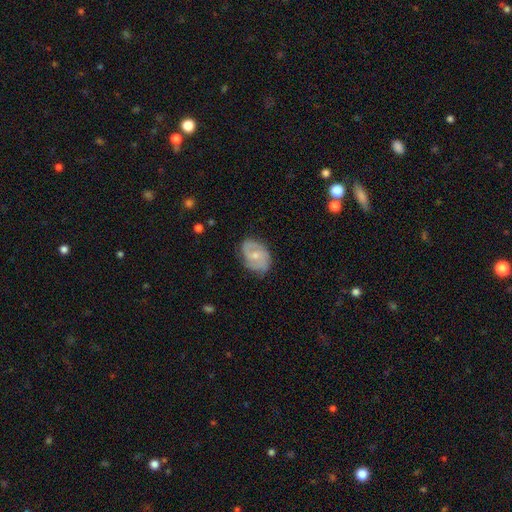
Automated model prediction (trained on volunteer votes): The model was most divided on "bar": no: 50%, weak: 42%, strong: 8%. Remaining: edge-on disk — no (97%); spiral arms — yes (89%); merging — none (73%); spiral arm count — 2 (71%); smooth or featured — featured or disk (65%); bulge size — small (57%); spiral winding — medium (46%).